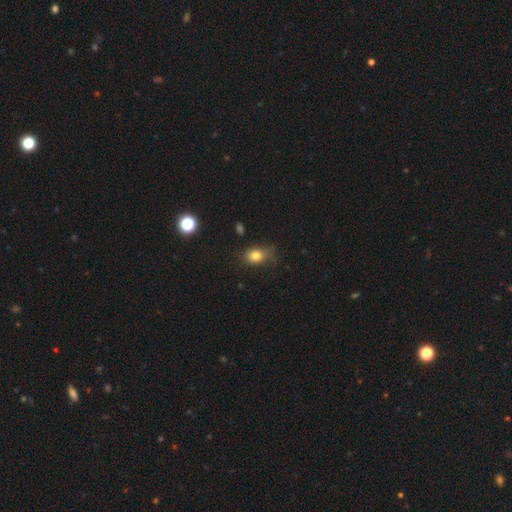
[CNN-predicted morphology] Smooth or featured? Predicted: smooth (p=0.80). How rounded? Predicted: in between (p=0.60). Merging? Predicted: none (p=0.65).